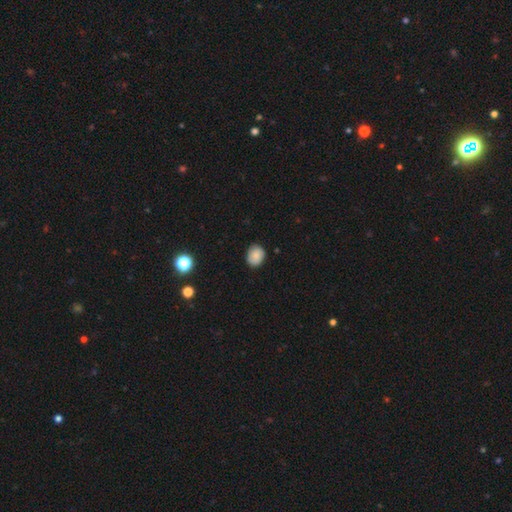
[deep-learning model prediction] A smooth galaxy with no disk features (84%) that is round (54%).

Vote fractions:
- Smooth or featured? smooth: 84% / star or artifact: 9% / featured or disk: 8%
- How rounded? round: 54% / in between: 45% / cigar-shaped: 1%
- Merging? none: 84% / minor disturbance: 13% / major disturbance: 2% / merger: 1%